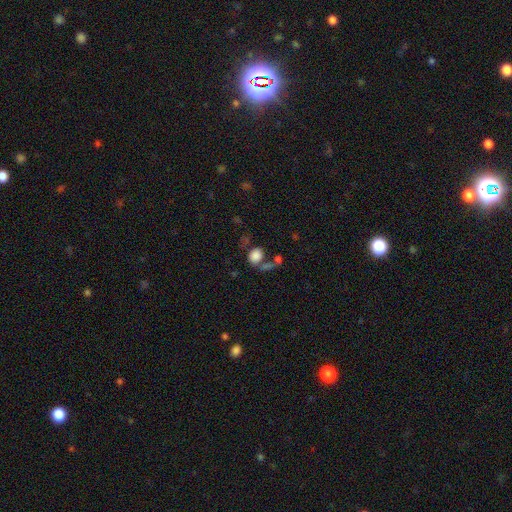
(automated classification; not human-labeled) Smooth or featured? Predicted: smooth (p=0.80). How rounded? Predicted: round (p=0.59). Merging? Predicted: none (p=0.46).